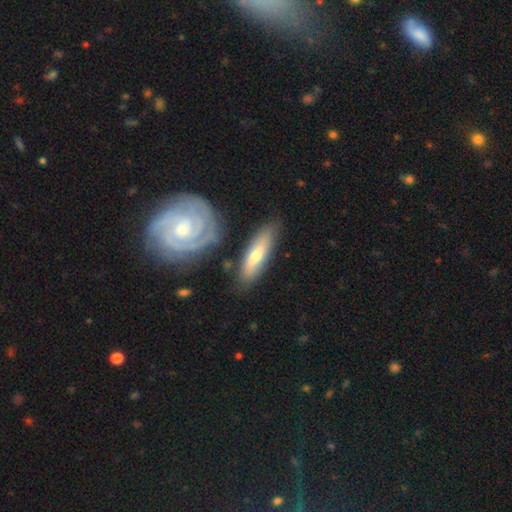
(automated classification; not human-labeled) The model was most divided on "smooth or featured": smooth: 48%, featured or disk: 47%, star or artifact: 5%. More confident: merging — none (76%).